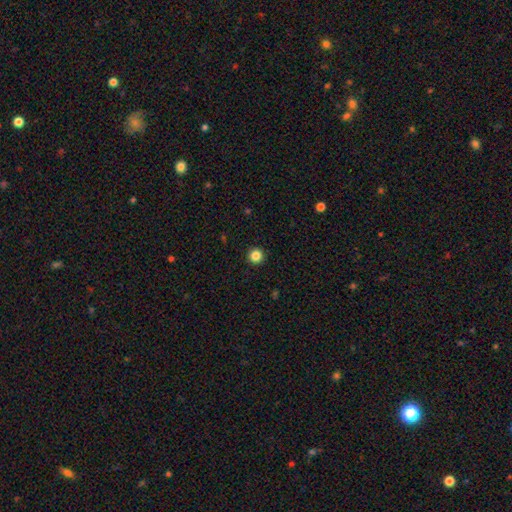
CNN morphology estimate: smooth 85%, star or artifact 12%, featured or disk 4%. Down the decision tree: how rounded — round (96%); merging — none (93%).